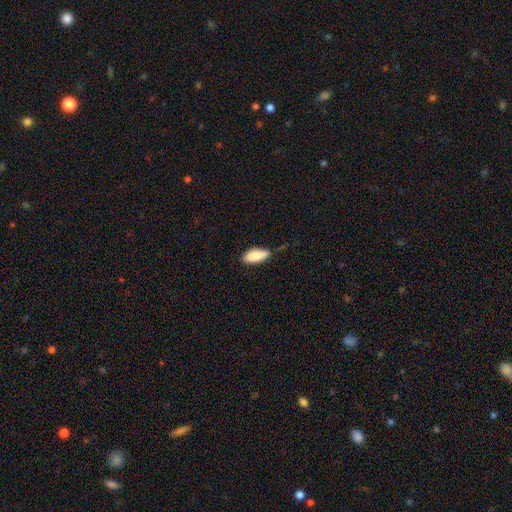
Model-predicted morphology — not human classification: A smooth galaxy with no disk features (87%) that is in between round and cigar-shaped (74%).

Vote fractions:
- Smooth or featured? smooth: 87% / featured or disk: 7% / star or artifact: 6%
- How rounded? in between: 74% / cigar-shaped: 24% / round: 2%
- Merging? none: 72% / minor disturbance: 23% / major disturbance: 4% / merger: 2%